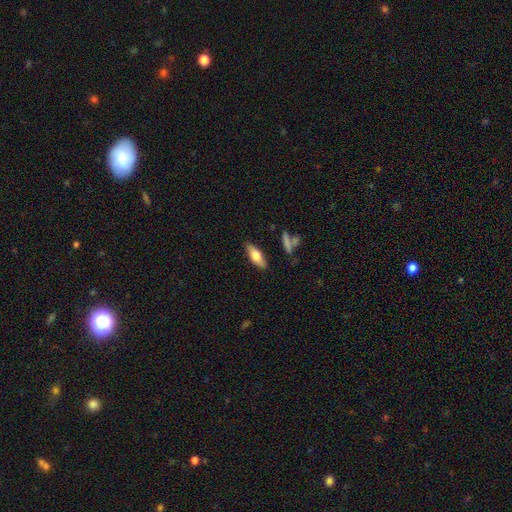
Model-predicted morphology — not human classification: Smooth or featured?
  - smooth: 69% *
  - featured or disk: 24%
  - star or artifact: 6%
How rounded?
  - in between: 69% *
  - cigar-shaped: 29%
  - round: 2%
Merging?
  - none: 85% *
  - minor disturbance: 11%
  - merger: 2%
  - major disturbance: 2%